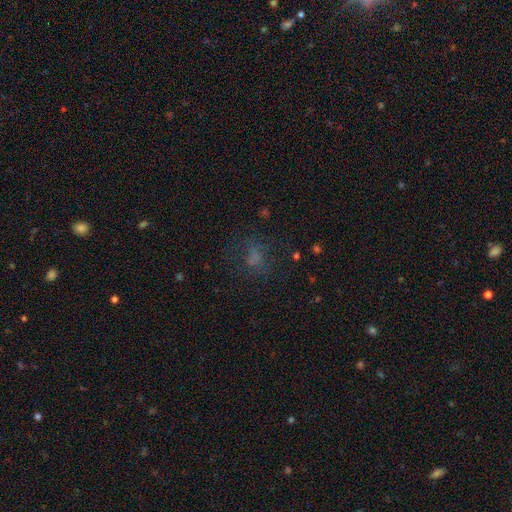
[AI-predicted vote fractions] Smooth or featured? Predicted: smooth (p=0.51). How rounded? Predicted: in between (p=0.49). Merging? Predicted: none (p=0.64).